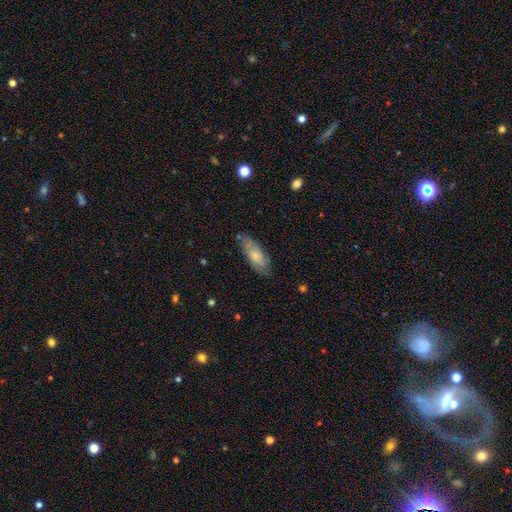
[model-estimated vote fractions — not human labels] smooth 58%, featured or disk 35%, star or artifact 7%. Down the decision tree: how rounded — in between (73%); merging — none (70%).